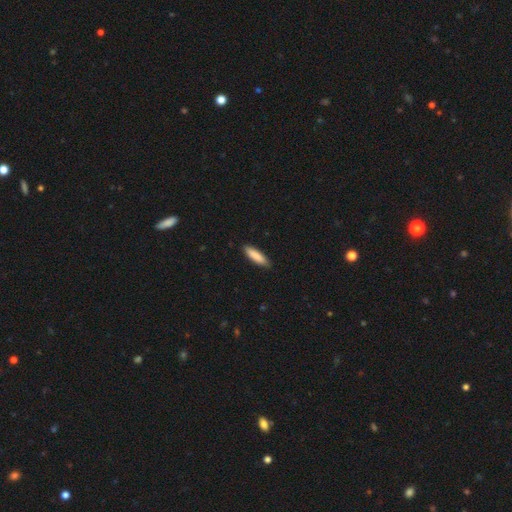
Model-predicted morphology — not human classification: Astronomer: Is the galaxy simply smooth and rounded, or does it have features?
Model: smooth — 87%.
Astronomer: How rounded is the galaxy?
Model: cigar-shaped — 67%.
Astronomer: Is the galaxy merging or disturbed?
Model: none — 87%.